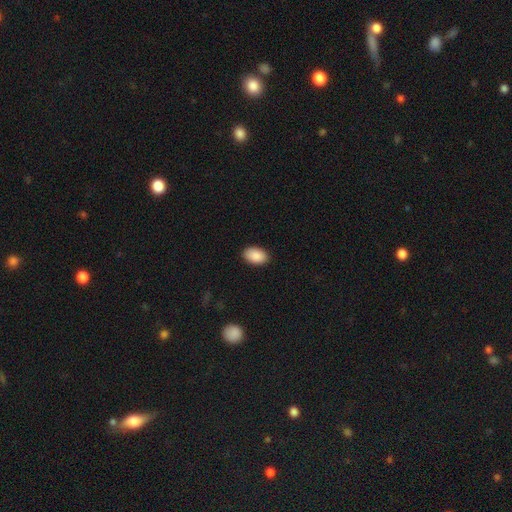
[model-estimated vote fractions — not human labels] smooth-or-featured: smooth: 90% | star or artifact: 6% | featured or disk: 3%
  how-rounded: in between: 91% | round: 8% | cigar-shaped: 1%
  merging: none: 89% | minor disturbance: 8% | major disturbance: 2% | merger: 1%